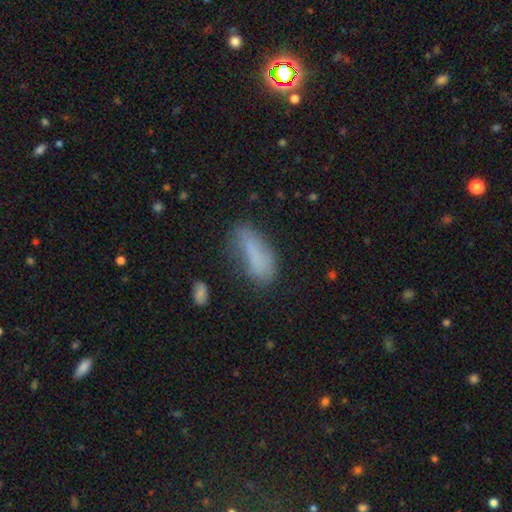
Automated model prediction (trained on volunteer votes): A smooth galaxy with no disk features (75%) that is in between round and cigar-shaped (63%).

Vote fractions:
- Smooth or featured? smooth: 75% / featured or disk: 15% / star or artifact: 10%
- How rounded? in between: 63% / cigar-shaped: 34% / round: 3%
- Merging? none: 50% / minor disturbance: 29% / major disturbance: 15% / merger: 5%